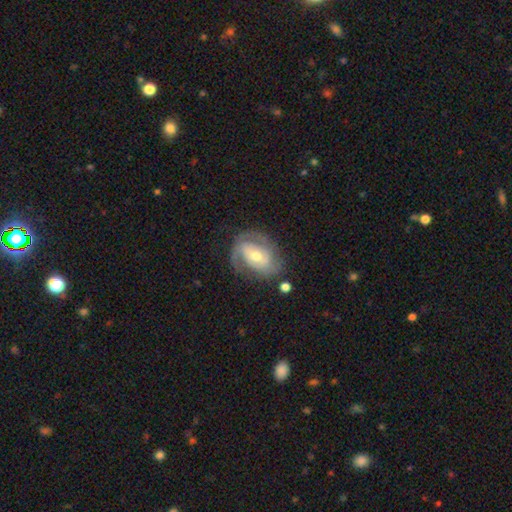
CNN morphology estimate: Smooth or featured? Predicted: featured or disk (p=0.79). Edge-on disk? Predicted: no (p=0.96). Bar? Predicted: no (p=0.48). Spiral arms? Predicted: yes (p=0.89). Spiral winding? Predicted: tight (p=0.45). Spiral arm count? Predicted: 2 (p=0.58). Bulge size? Predicted: moderate (p=0.64). Merging? Predicted: none (p=0.63).